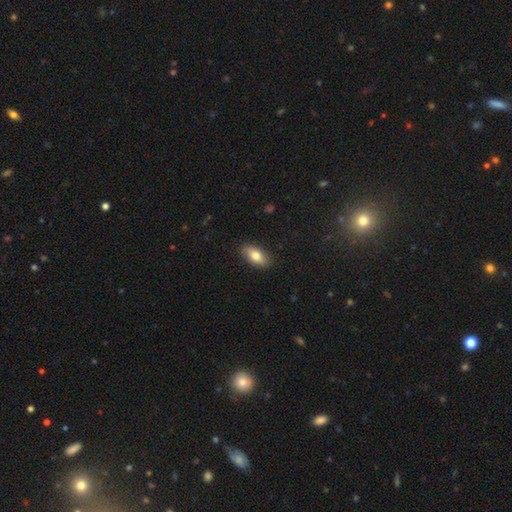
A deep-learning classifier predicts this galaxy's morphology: type=smooth (78%); roundness=in between (87%); merging=none (87%).